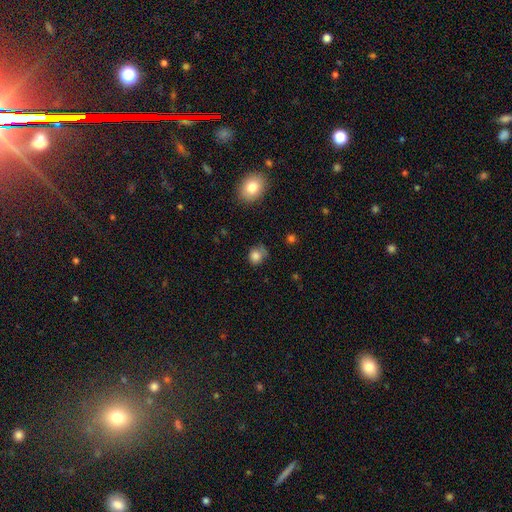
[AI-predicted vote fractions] smooth-or-featured: smooth: 81% | star or artifact: 11% | featured or disk: 7%
  how-rounded: round: 66% | in between: 32% | cigar-shaped: 1%
  merging: none: 54% | minor disturbance: 30% | major disturbance: 12% | merger: 4%